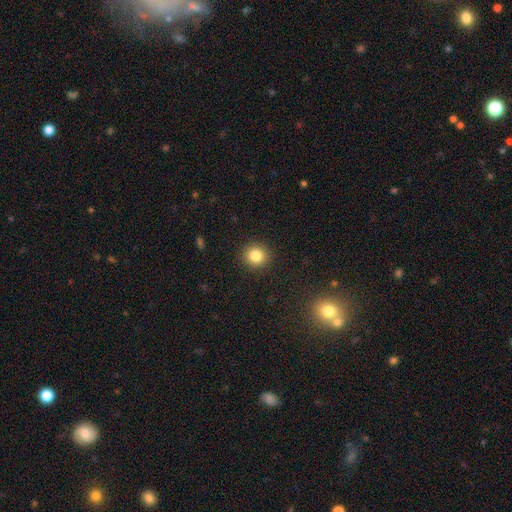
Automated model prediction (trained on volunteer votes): smooth 83%, star or artifact 11%, featured or disk 6%. Down the decision tree: how rounded — round (90%); merging — none (91%).